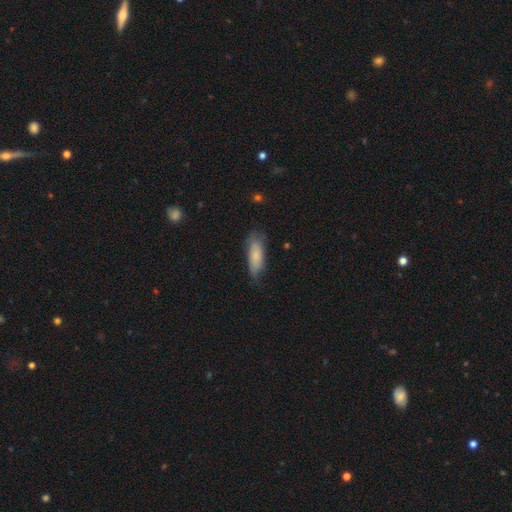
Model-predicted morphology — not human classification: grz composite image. It shows a smooth galaxy with no disk features (80%) that is in between round and cigar-shaped (61%). Merging: none (63%).